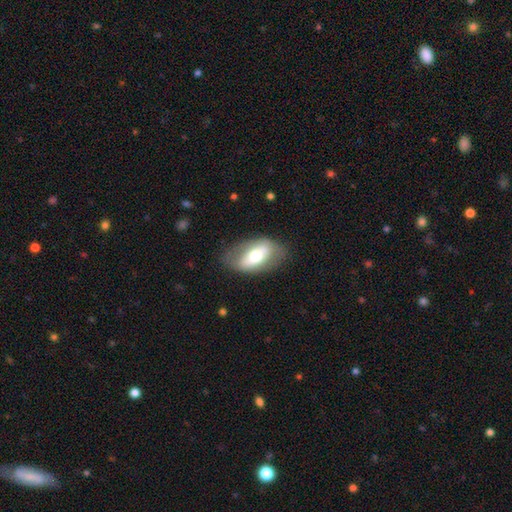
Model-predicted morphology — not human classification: Smooth or featured: smooth — 50% (featured or disk — 44%)
Merging: none — 73% (minor disturbance — 18%)